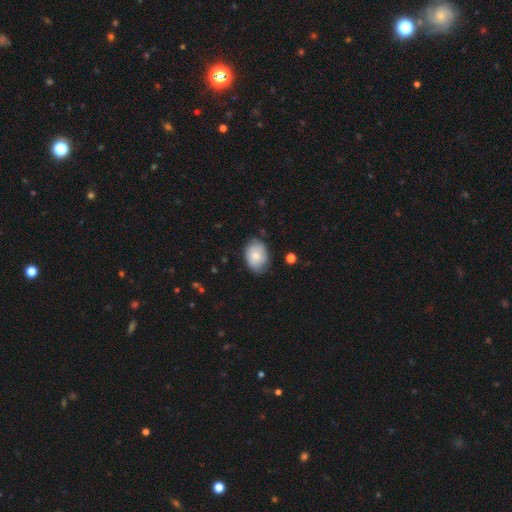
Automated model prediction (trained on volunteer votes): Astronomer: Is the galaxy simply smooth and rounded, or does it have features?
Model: smooth — 74%.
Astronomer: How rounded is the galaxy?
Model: in between — 74%.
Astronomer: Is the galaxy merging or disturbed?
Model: none — 74%.